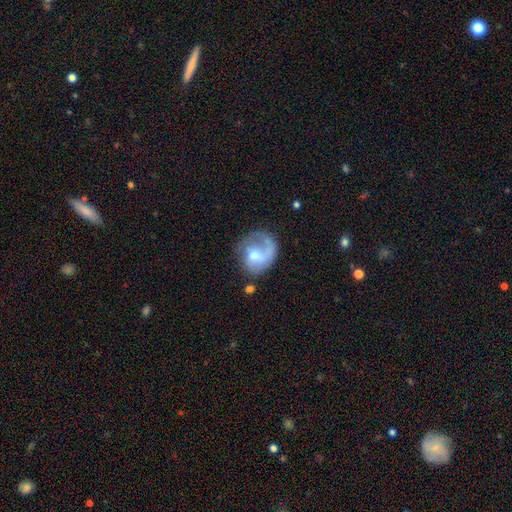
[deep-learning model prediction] Smooth or featured? featured or disk (66%)
Edge-on disk? no (98%)
Bar? no (61%)
Spiral arms? yes (85%)
Spiral winding? loose (40%)
Spiral arm count? 1 (70%)
Bulge size? moderate (54%)
Merging? none (49%)